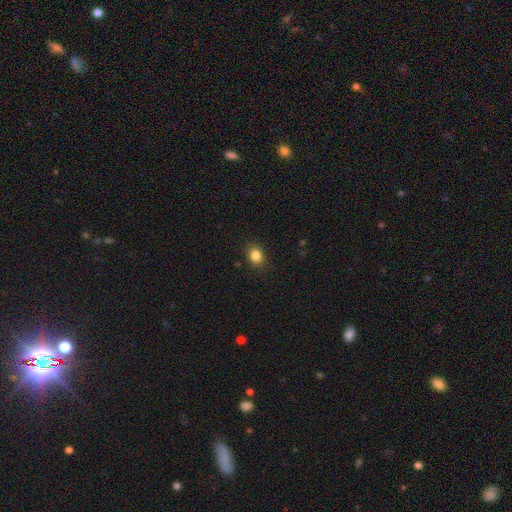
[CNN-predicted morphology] Overall: smooth (84%). How rounded: round (53%; in between 46%). Merging: none (87%).